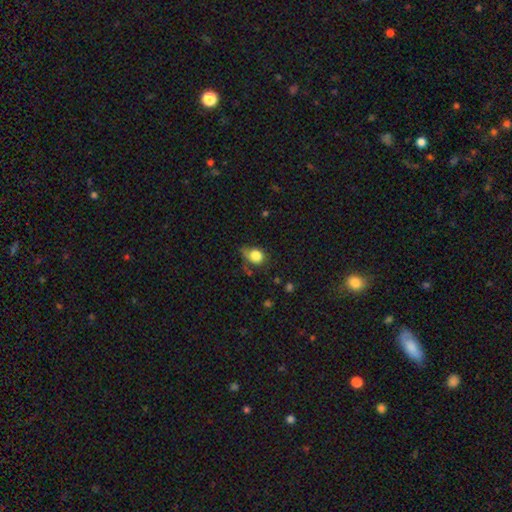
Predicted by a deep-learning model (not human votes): Smooth or featured? Predicted: smooth (p=0.82). How rounded? Predicted: round (p=0.66). Merging? Predicted: none (p=0.47).